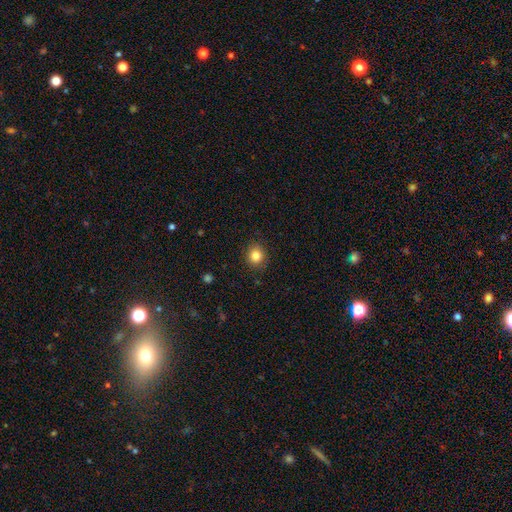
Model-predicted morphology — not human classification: smooth 84%, star or artifact 11%, featured or disk 6%. Down the decision tree: how rounded — round (83%); merging — none (89%).